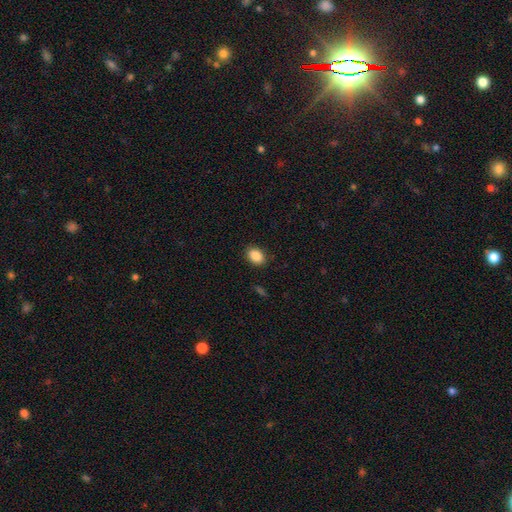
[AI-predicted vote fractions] smooth-or-featured: smooth: 89% | star or artifact: 8% | featured or disk: 3%
  how-rounded: in between: 79% | round: 19% | cigar-shaped: 1%
  merging: none: 88% | minor disturbance: 9% | major disturbance: 2% | merger: 1%